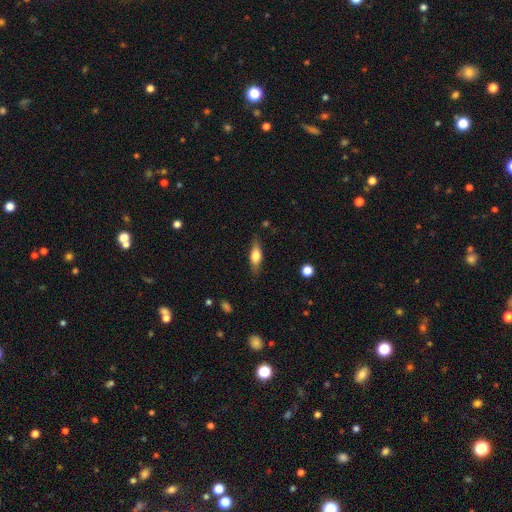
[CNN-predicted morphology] type=smooth (55%); roundness=in between (57%); merging=none (82%).